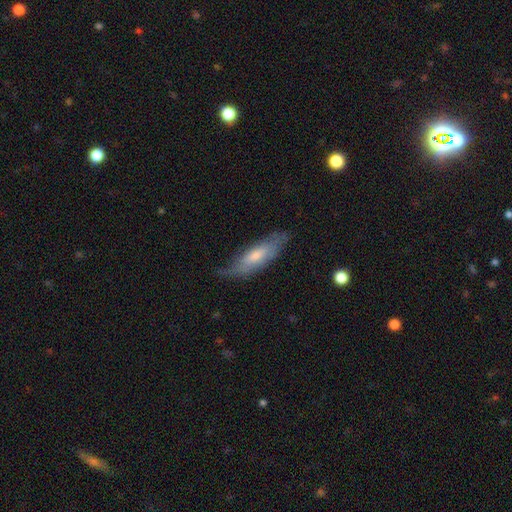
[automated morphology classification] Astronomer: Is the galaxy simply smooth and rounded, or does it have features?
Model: smooth — 49% (runner-up: featured or disk, 45%).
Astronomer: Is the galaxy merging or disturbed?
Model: none — 64%.